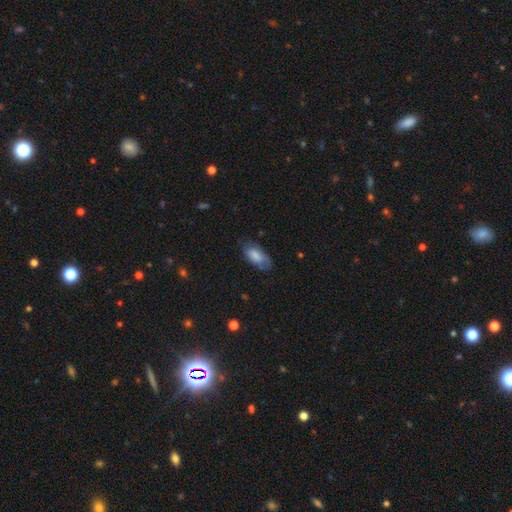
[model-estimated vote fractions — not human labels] Q: Smooth or featured?
A: smooth (74%); runner-up: featured or disk (19%)
Q: How rounded?
A: in between (90%); runner-up: cigar-shaped (8%)
Q: Merging?
A: none (61%); runner-up: minor disturbance (28%)